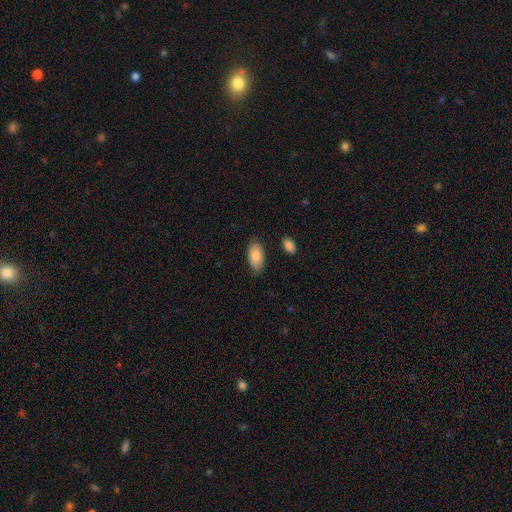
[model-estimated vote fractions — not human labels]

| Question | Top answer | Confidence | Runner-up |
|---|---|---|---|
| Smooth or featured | smooth | 86% | featured or disk (8%) |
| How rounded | in between | 94% | cigar-shaped (4%) |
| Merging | none | 82% | minor disturbance (13%) |